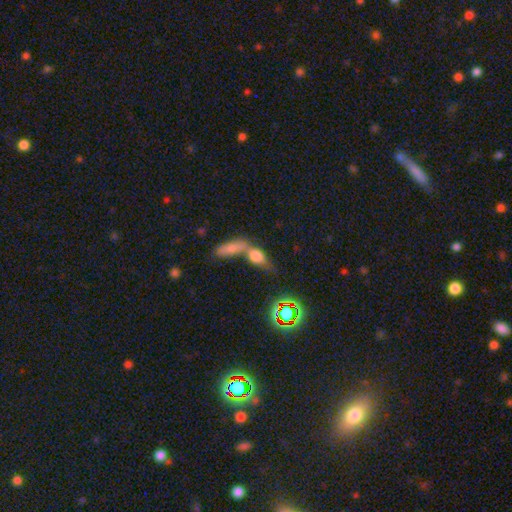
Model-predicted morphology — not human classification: The model was most divided on "merging": merger: 62%, none: 25%, minor disturbance: 8%, major disturbance: 6%. More confident: how rounded — in between (68%); smooth or featured — smooth (62%).